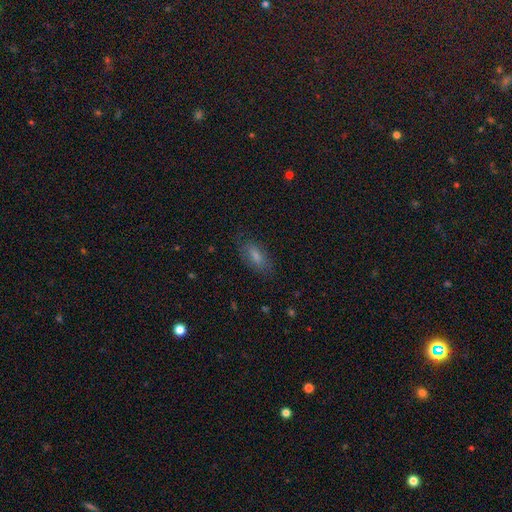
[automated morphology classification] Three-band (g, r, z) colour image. It shows a smooth galaxy with no disk features (58%) that is in between round and cigar-shaped (75%). Merging: none (80%).